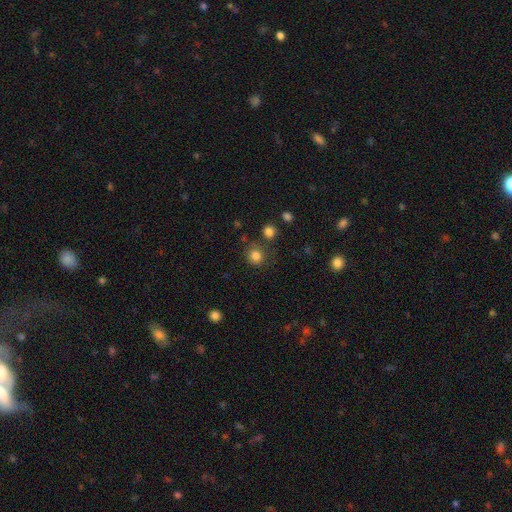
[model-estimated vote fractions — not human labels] Q: Smooth or featured?
A: smooth (82%); runner-up: star or artifact (13%)
Q: How rounded?
A: round (87%); runner-up: in between (12%)
Q: Merging?
A: none (76%); runner-up: minor disturbance (12%)